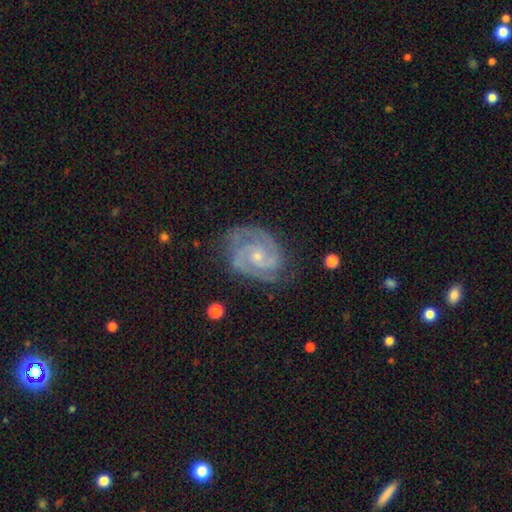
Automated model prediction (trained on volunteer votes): Smooth or featured? Predicted: featured or disk (p=0.90). Edge-on disk? Predicted: no (p=0.98). Bar? Predicted: no (p=0.62). Spiral arms? Predicted: yes (p=0.98). Spiral winding? Predicted: tight (p=0.58). Spiral arm count? Predicted: 2 (p=0.72). Bulge size? Predicted: small (p=0.71). Merging? Predicted: none (p=0.73).